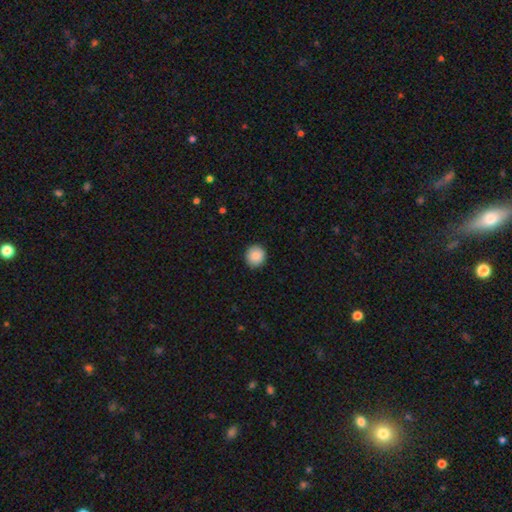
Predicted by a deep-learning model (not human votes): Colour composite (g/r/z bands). It shows a smooth galaxy with no disk features (88%) that is round (92%). Merging: none (91%).